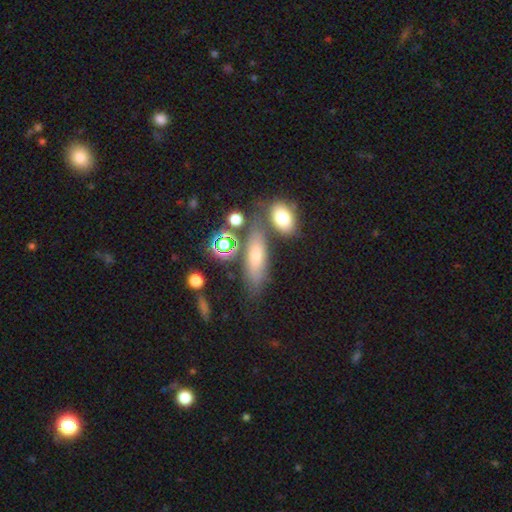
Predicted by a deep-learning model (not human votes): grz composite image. It shows a smooth galaxy with no disk features (61%) that is in between round and cigar-shaped (52%). Merging: none (62%).